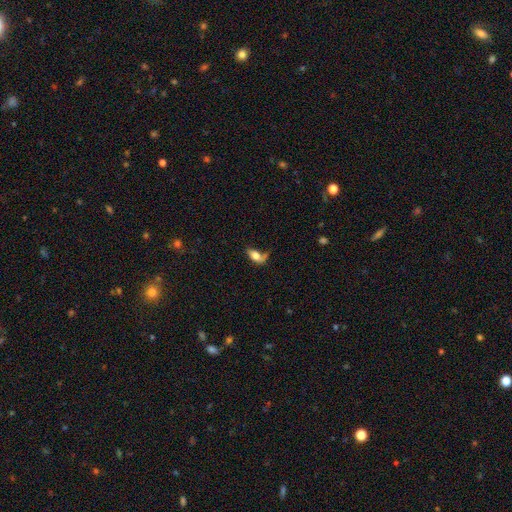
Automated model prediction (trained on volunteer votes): Q: Smooth or featured?
A: smooth (66%); runner-up: featured or disk (25%)
Q: How rounded?
A: in between (79%); runner-up: cigar-shaped (14%)
Q: Merging?
A: none (33%); runner-up: major disturbance (29%)